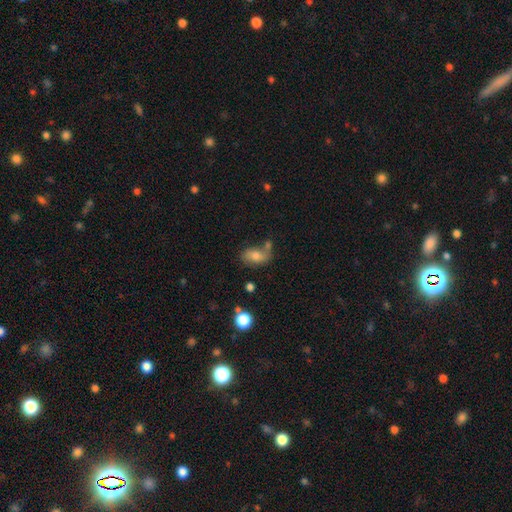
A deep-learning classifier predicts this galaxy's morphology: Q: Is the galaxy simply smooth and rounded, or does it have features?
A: smooth — 69%.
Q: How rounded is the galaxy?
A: in between — 87%.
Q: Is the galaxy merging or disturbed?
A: none — 50%.